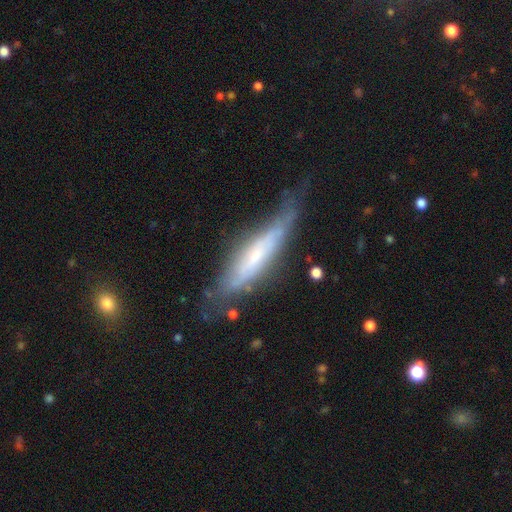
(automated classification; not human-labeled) The model was most divided on "merging": none: 52%, minor disturbance: 30%, major disturbance: 15%, merger: 3%. More confident: edge-on disk — yes (66%); smooth or featured — featured or disk (61%).